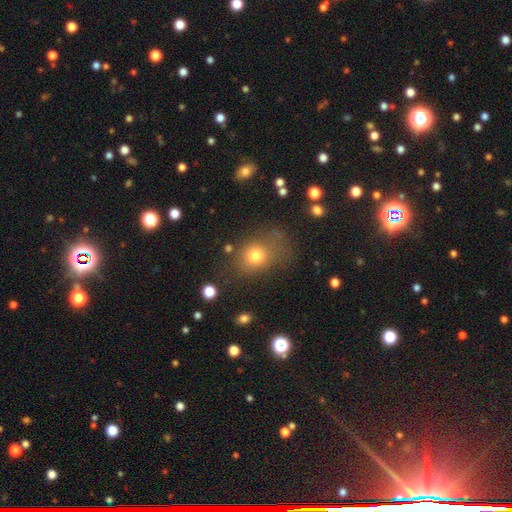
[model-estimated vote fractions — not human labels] The model was most divided on "how rounded": round: 53%, in between: 46%, cigar-shaped: 1%. More confident: smooth or featured — smooth (74%); merging — none (61%).